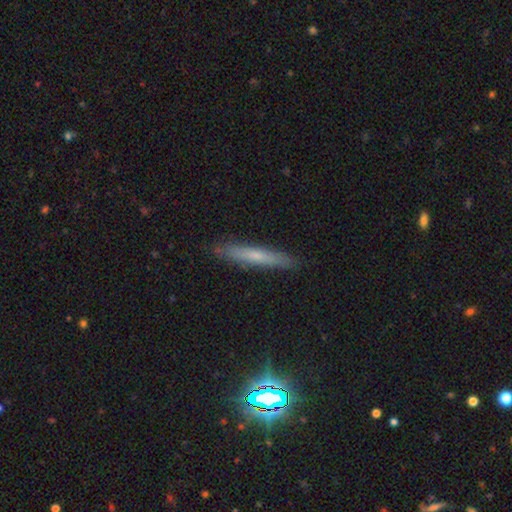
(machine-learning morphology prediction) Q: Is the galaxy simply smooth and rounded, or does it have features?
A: smooth — 56%.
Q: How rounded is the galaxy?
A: cigar-shaped — 94%.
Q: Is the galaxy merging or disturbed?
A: none — 89%.